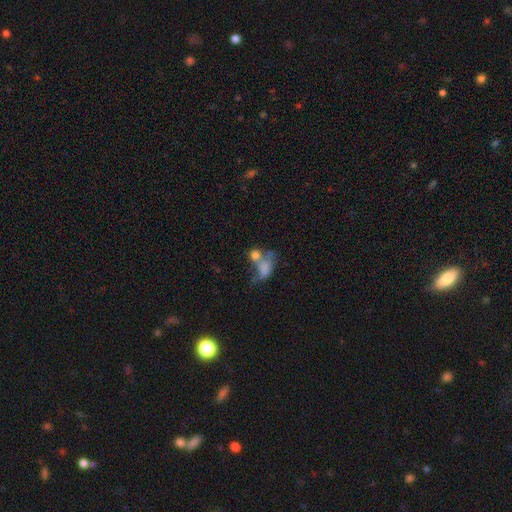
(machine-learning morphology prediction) Q: Smooth or featured?
A: smooth (40%); runner-up: featured or disk (34%)
Q: Merging?
A: merger (45%); runner-up: none (29%)